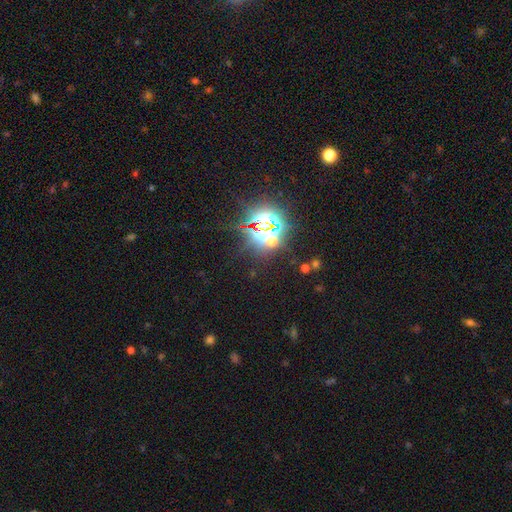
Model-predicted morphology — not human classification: This appears to be a star or artifact, not a galaxy (82%).